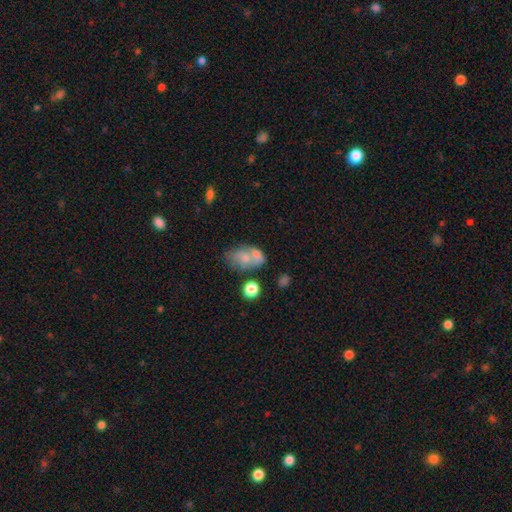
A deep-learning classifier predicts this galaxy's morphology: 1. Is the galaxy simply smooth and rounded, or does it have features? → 60% smooth, 30% featured or disk, 10% star or artifact.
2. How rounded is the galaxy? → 83% in between, 14% round, 2% cigar-shaped.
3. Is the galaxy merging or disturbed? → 40% merger, 30% none, 18% minor disturbance, 12% major disturbance.